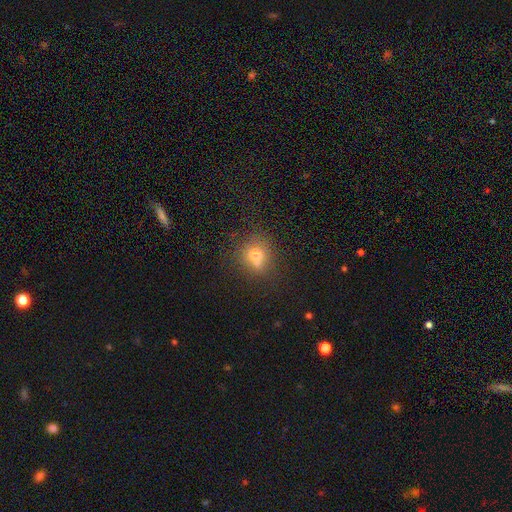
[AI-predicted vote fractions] Smooth or featured: smooth — 67% (featured or disk — 17%)
How rounded: round — 78% (in between — 20%)
Merging: none — 52% (merger — 32%)